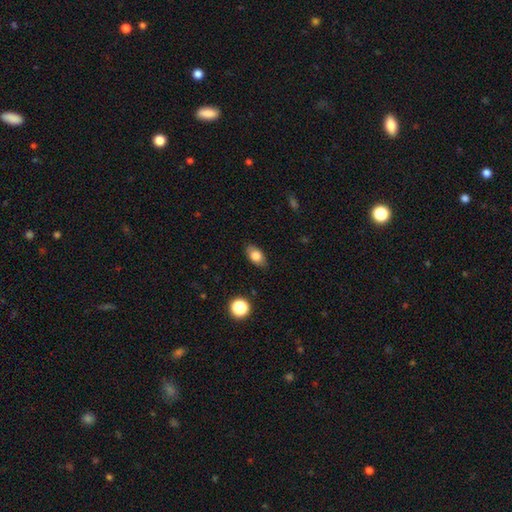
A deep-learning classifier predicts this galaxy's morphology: Smooth or featured? smooth (79%)
How rounded? in between (88%)
Merging? none (85%)